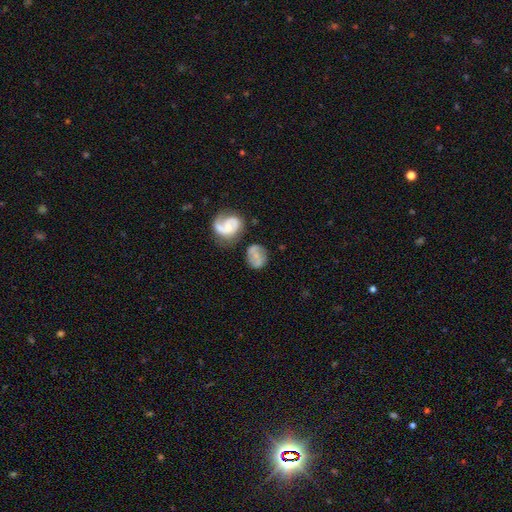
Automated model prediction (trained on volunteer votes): Smooth or featured: featured or disk — 53% (smooth — 39%)
Edge-on disk: no — 97% (yes — 3%)
Bar: weak — 45% (no — 40%)
Spiral arms: yes — 82% (no — 18%)
Bulge size: small — 53% (moderate — 26%)
Merging: none — 58% (minor disturbance — 20%)